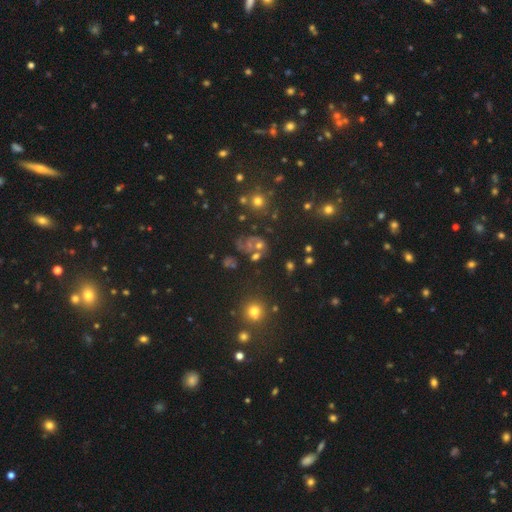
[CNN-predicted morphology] smooth-or-featured: star or artifact: 38% | smooth: 34% | featured or disk: 27%